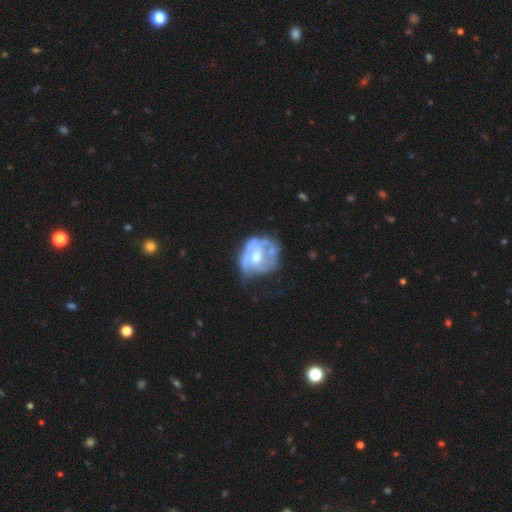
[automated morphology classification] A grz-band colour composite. It shows a featured or disk galaxy (70%) with no bar (65%), spiral arms (53%) and a moderate central bulge (65%). Merging: none (40%).